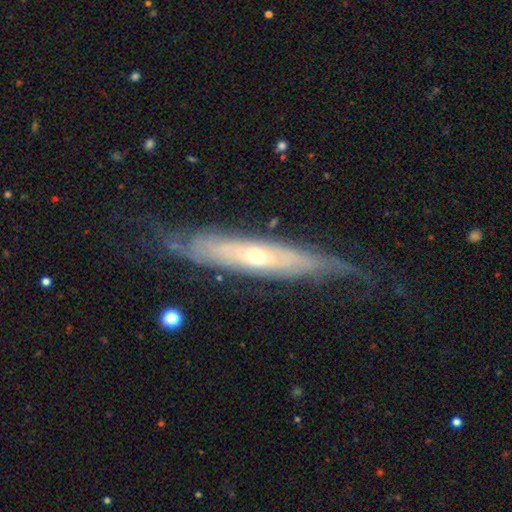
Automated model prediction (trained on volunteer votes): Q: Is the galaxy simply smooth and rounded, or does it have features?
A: featured or disk — 79%.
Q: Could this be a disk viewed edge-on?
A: no — 53%.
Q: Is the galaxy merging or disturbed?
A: none — 67%.